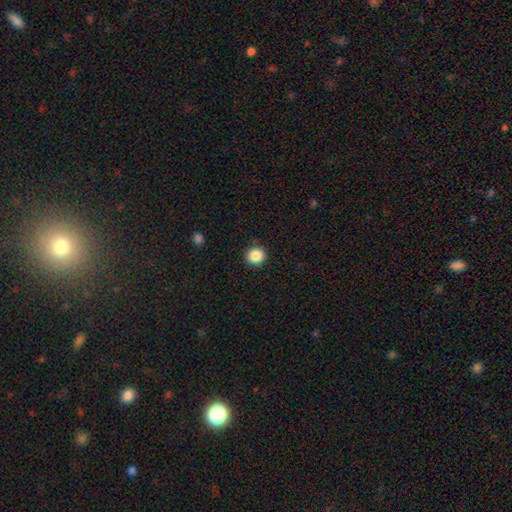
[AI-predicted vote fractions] This is clearly a smooth galaxy (87%). How rounded: clearly round (92%). Merging: clearly none (91%).